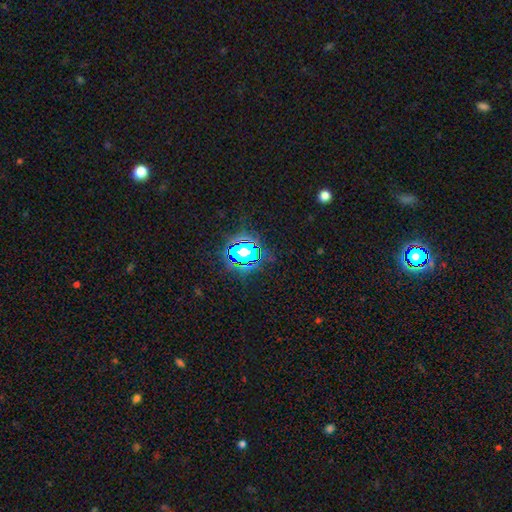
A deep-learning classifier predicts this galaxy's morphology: Smooth or featured?
  - star or artifact: 82% *
  - smooth: 11%
  - featured or disk: 7%